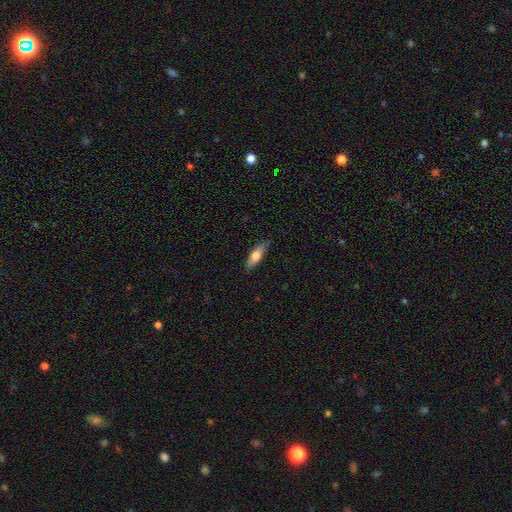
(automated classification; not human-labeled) Smooth or featured?
  - smooth: 67% *
  - featured or disk: 27%
  - star or artifact: 6%
How rounded?
  - in between: 49% * (tied)
  - cigar-shaped: 49% * (tied)
  - round: 2%
Merging?
  - none: 82% *
  - minor disturbance: 15%
  - major disturbance: 2%
  - merger: 1%